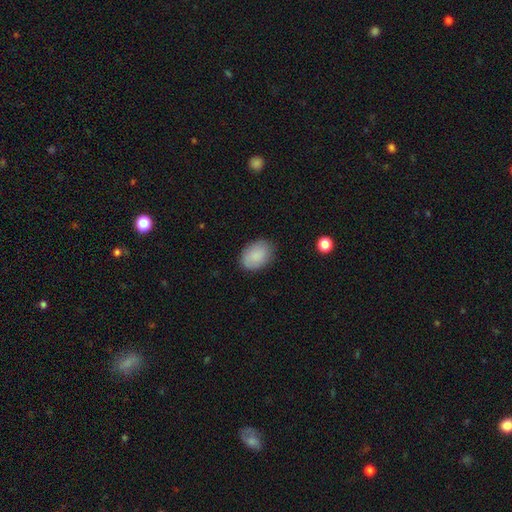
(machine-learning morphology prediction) Smooth or featured: smooth — 87% (star or artifact — 7%)
How rounded: in between — 83% (round — 16%)
Merging: none — 83% (minor disturbance — 13%)